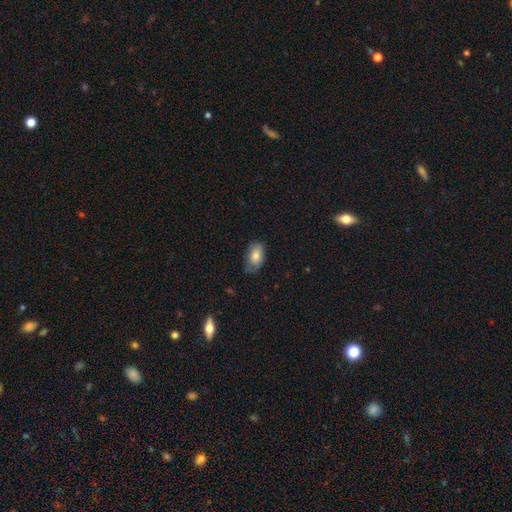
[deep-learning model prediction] smooth_or_featured: smooth (p=0.74) [alt: featured or disk p=0.19]
how_rounded: in between (p=0.90) [alt: round p=0.08]
merging: none (p=0.60) [alt: minor disturbance p=0.30]